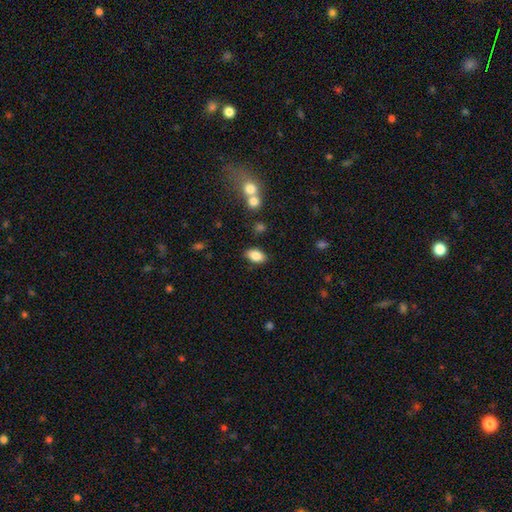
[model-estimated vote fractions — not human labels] Overall: smooth (85%). How rounded: in between (90%). Merging: none (83%).